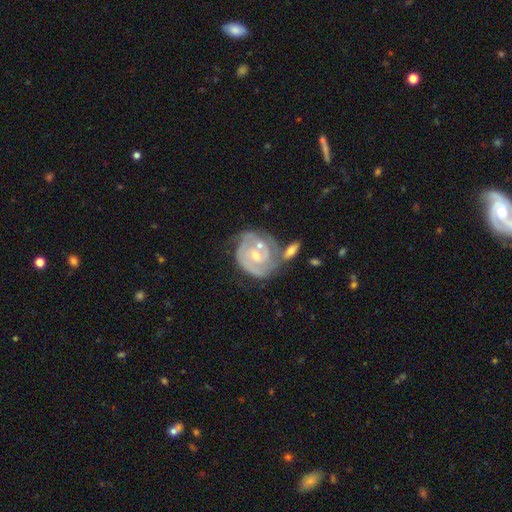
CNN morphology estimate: Overall: featured or disk (85%). Edge-on disk: no (97%). Bar: no (60%; weak 32%). Spiral arms: yes (93%). Spiral arm count: 2 (48%; can't tell 24%). Spiral winding: tight (70%). Bulge size: moderate (50%; small 47%). Merging: none (42%; merger 32%).